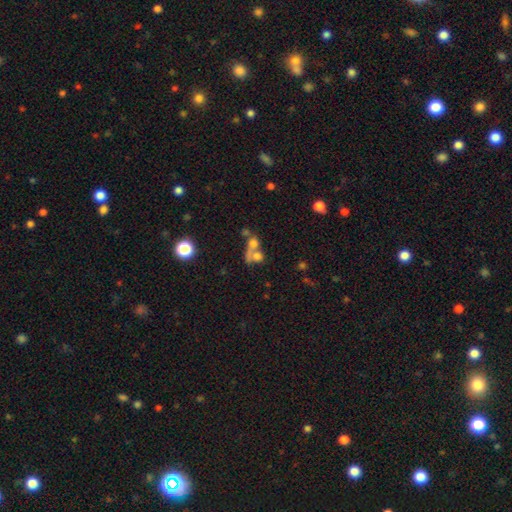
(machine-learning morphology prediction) type=smooth (61%); roundness=round (59%); merging=merger (59%).